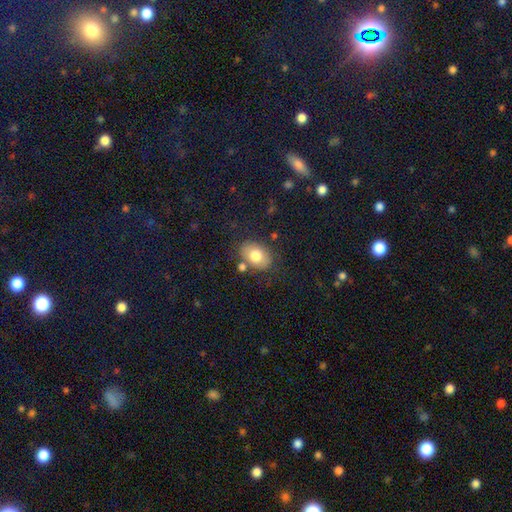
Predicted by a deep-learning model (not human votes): Smooth or featured: smooth — 77% (featured or disk — 15%)
How rounded: in between — 78% (round — 21%)
Merging: none — 75% (minor disturbance — 14%)